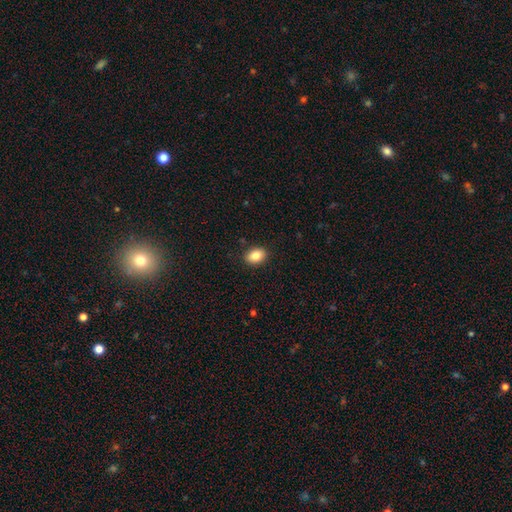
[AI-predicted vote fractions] Smooth or featured? Predicted: smooth (p=0.86). How rounded? Predicted: in between (p=0.78). Merging? Predicted: none (p=0.89).